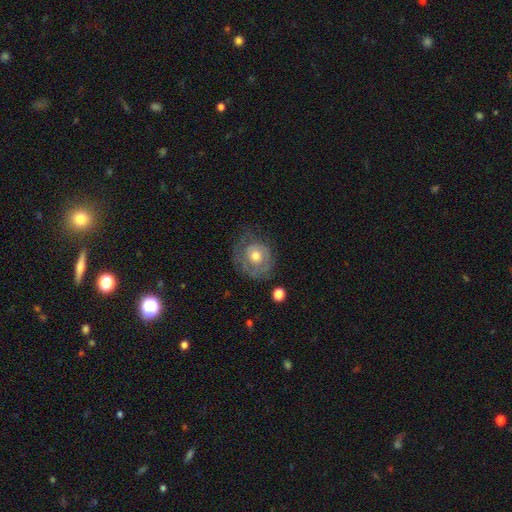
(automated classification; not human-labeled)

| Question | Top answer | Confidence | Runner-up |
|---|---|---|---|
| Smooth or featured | featured or disk | 57% | smooth (36%) |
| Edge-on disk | no | 96% | yes (4%) |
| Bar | no | 84% | weak (13%) |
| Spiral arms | yes | 61% | no (39%) |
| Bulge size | moderate | 71% | small (15%) |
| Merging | none | 56% | minor disturbance (24%) |